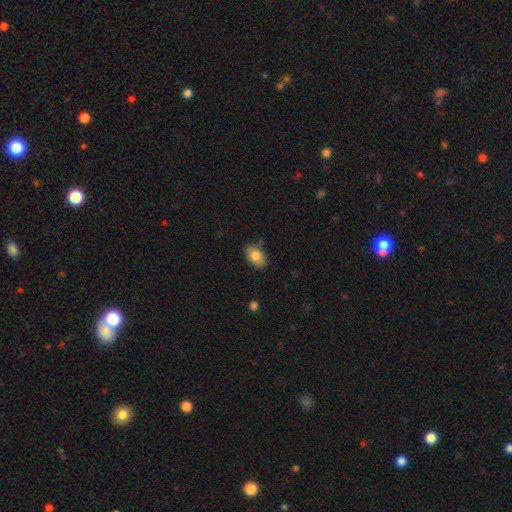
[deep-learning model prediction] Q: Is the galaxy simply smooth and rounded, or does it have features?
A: smooth — 82%.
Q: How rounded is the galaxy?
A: in between — 86%.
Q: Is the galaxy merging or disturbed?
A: none — 70%.